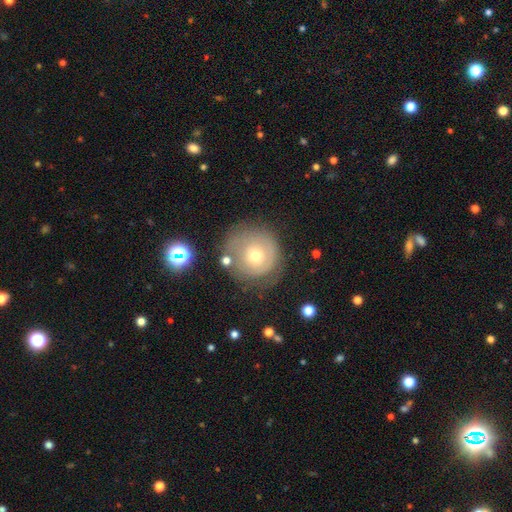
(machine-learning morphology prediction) A smooth galaxy with no disk features (52%) that is round (91%).

Vote fractions:
- Smooth or featured? smooth: 52% / featured or disk: 38% / star or artifact: 10%
- How rounded? round: 91% / in between: 8% / cigar-shaped: 1%
- Merging? none: 61% / minor disturbance: 21% / major disturbance: 13% / merger: 5%